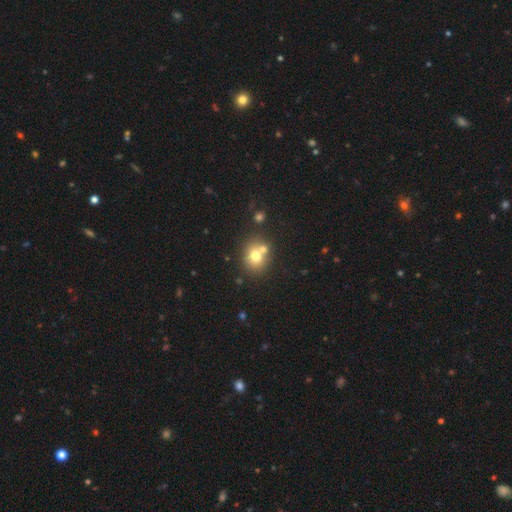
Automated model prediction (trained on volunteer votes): Smooth or featured? Predicted: smooth (p=0.71). How rounded? Predicted: round (p=0.72). Merging? Predicted: none (p=0.57).